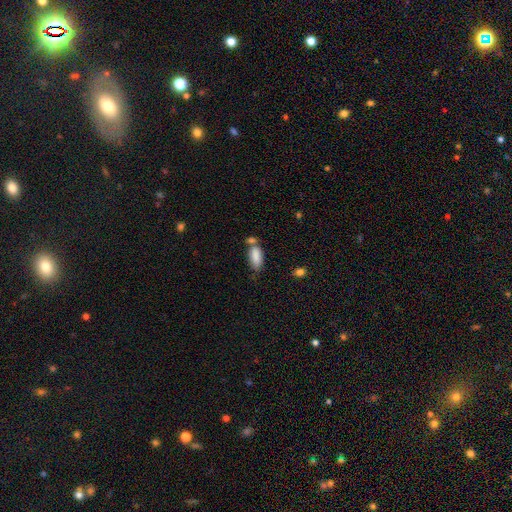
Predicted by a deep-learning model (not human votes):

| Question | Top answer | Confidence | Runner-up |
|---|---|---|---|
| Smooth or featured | smooth | 86% | star or artifact (7%) |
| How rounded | in between | 87% | cigar-shaped (11%) |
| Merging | none | 47% | merger (29%) |